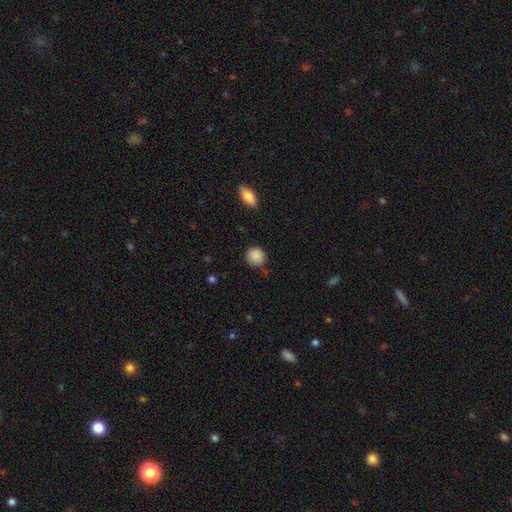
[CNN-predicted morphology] Overall: smooth (88%). How rounded: round (85%). Merging: none (79%).